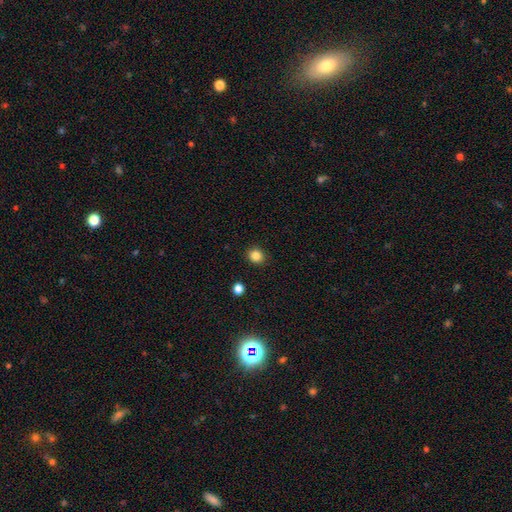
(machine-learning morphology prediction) type=smooth (84%); roundness=round (83%); merging=none (91%).